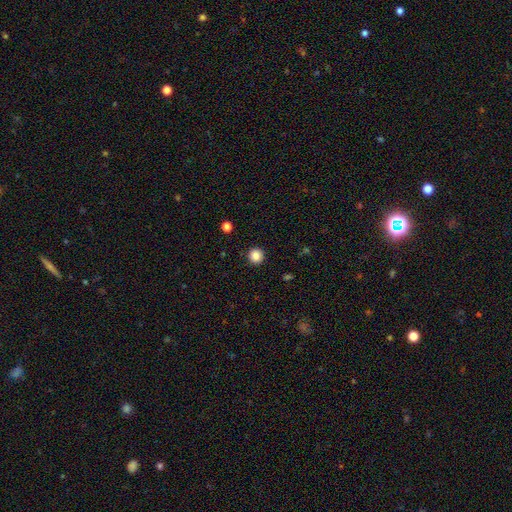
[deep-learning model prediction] Smooth or featured? smooth (86%)
How rounded? round (95%)
Merging? none (93%)